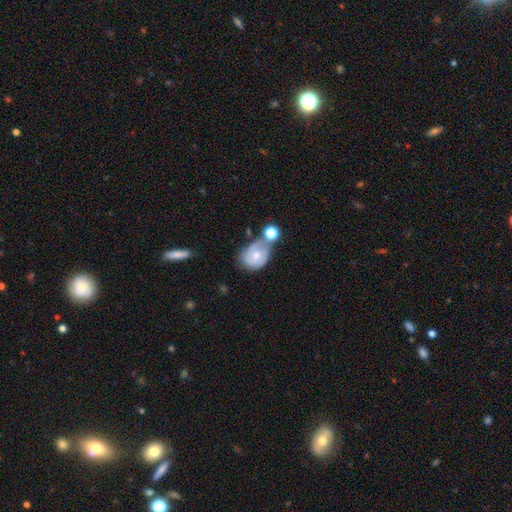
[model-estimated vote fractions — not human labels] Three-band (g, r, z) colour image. It shows a featured or disk galaxy (59%) with no bar (70%), spiral arms (81%) and a moderate central bulge (53%). Merging: none (31%, tied with merger).